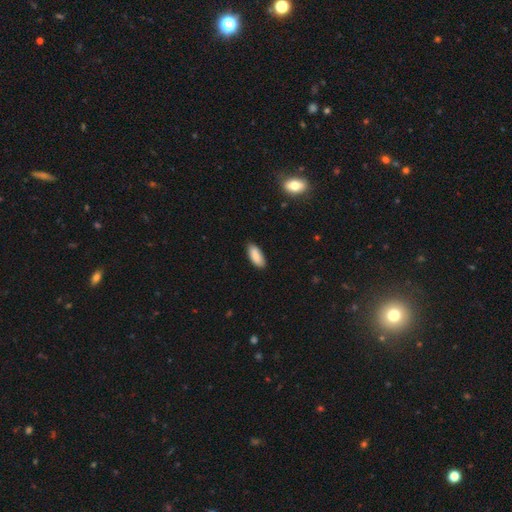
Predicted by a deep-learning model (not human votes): This appears to be a smooth galaxy with no disk features (87%) that is in between round and cigar-shaped (84%). Merging: none (83%).